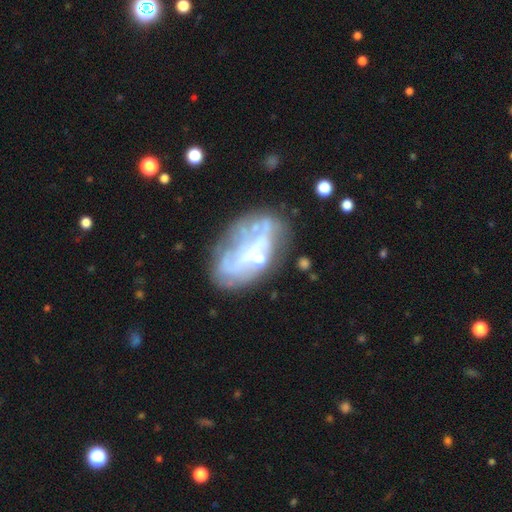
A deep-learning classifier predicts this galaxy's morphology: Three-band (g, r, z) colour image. It shows a featured or disk galaxy (65%) with no bar (65%), no spiral arms (69%) and a small central bulge (35%). Merging: none (41%).